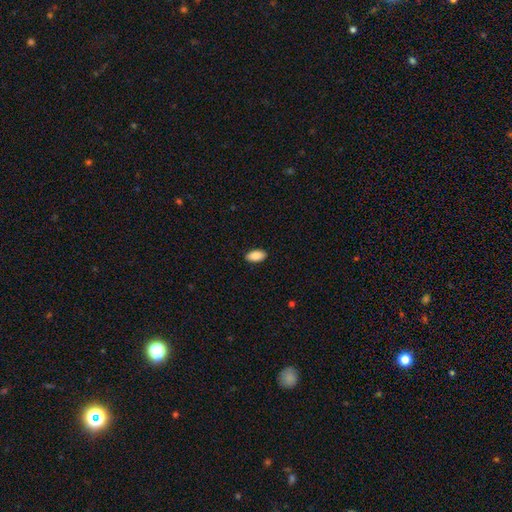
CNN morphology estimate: smooth_or_featured: smooth (p=0.90) [alt: star or artifact p=0.07]
how_rounded: in between (p=0.95) [alt: round p=0.03]
merging: none (p=0.90) [alt: minor disturbance p=0.07]